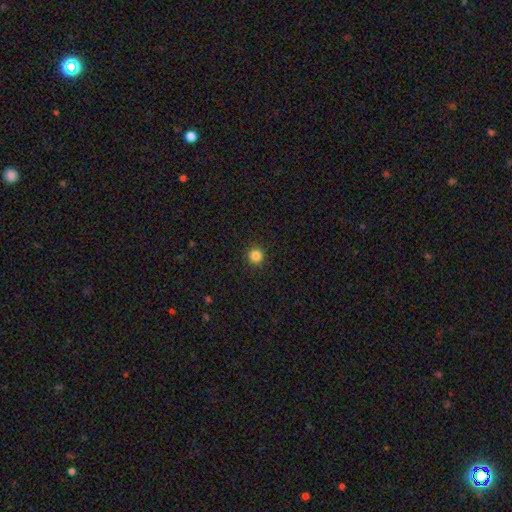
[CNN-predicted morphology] smooth_or_featured: smooth (p=0.85) [alt: star or artifact p=0.12]
how_rounded: round (p=0.96) [alt: in between p=0.03]
merging: none (p=0.93) [alt: minor disturbance p=0.05]